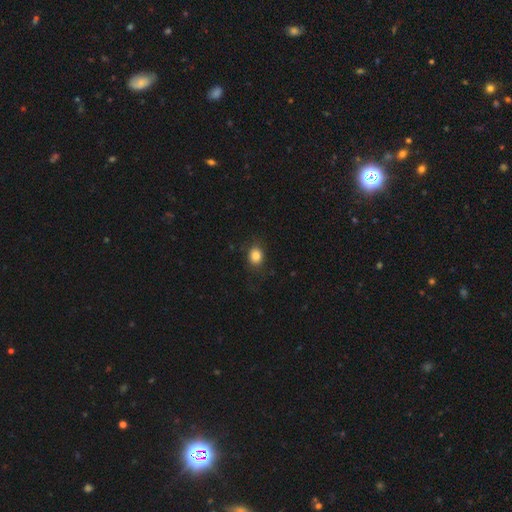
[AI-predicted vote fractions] Smooth or featured?
  - smooth: 84% *
  - star or artifact: 10%
  - featured or disk: 5%
How rounded?
  - round: 57% *
  - in between: 42%
  - cigar-shaped: 1%
Merging?
  - none: 82% *
  - minor disturbance: 13%
  - major disturbance: 4%
  - merger: 1%